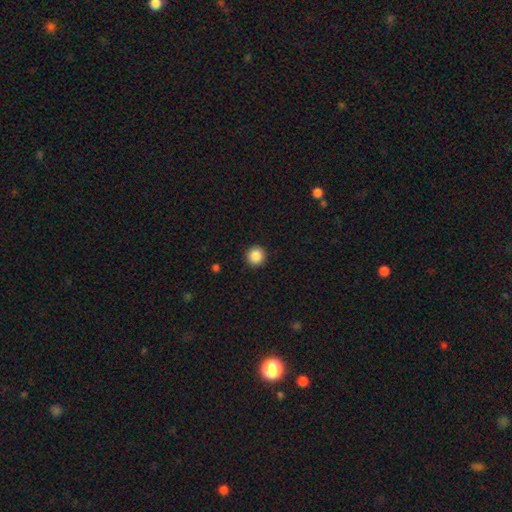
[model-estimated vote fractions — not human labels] Smooth or featured? Predicted: smooth (p=0.87). How rounded? Predicted: round (p=0.95). Merging? Predicted: none (p=0.92).